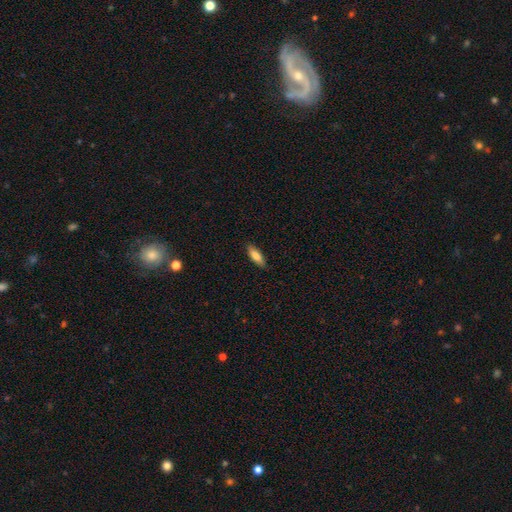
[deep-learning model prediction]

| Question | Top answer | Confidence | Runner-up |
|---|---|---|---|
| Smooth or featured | smooth | 77% | featured or disk (16%) |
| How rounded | in between | 54% | cigar-shaped (44%) |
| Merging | none | 86% | minor disturbance (10%) |